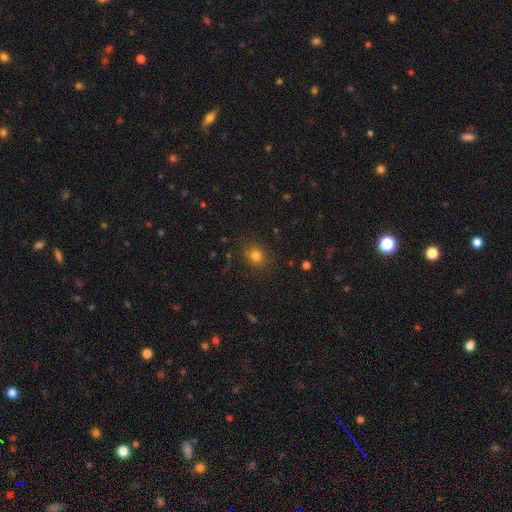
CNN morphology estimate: smooth 79%, star or artifact 15%, featured or disk 6%. Down the decision tree: how rounded — round (77%); merging — none (85%).